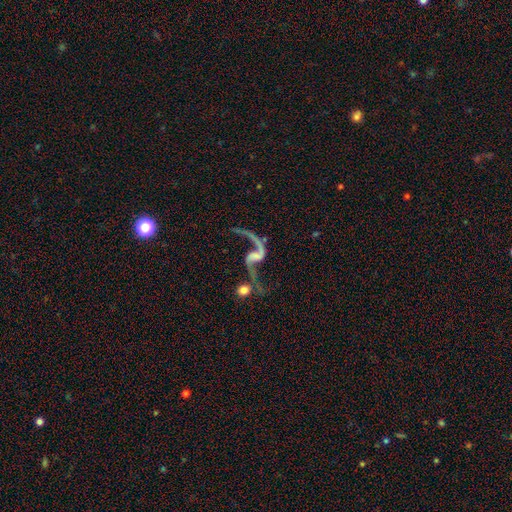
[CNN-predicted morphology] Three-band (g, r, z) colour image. It shows a featured or disk galaxy (88%) with no bar (39%), 2 (90%) loose (92%) spiral arms (95%) and no central bulge (51%). Merging: none (42%).